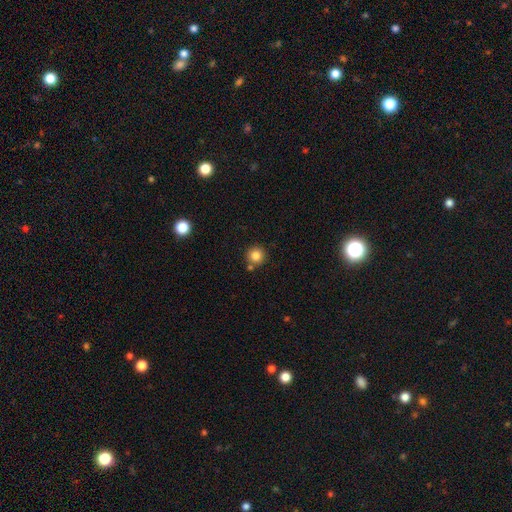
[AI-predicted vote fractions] A smooth galaxy with no disk features (84%) that is round (94%).

Vote fractions:
- Smooth or featured? smooth: 84% / star or artifact: 11% / featured or disk: 5%
- How rounded? round: 94% / in between: 5% / cigar-shaped: 1%
- Merging? none: 78% / merger: 11% / minor disturbance: 8% / major disturbance: 2%